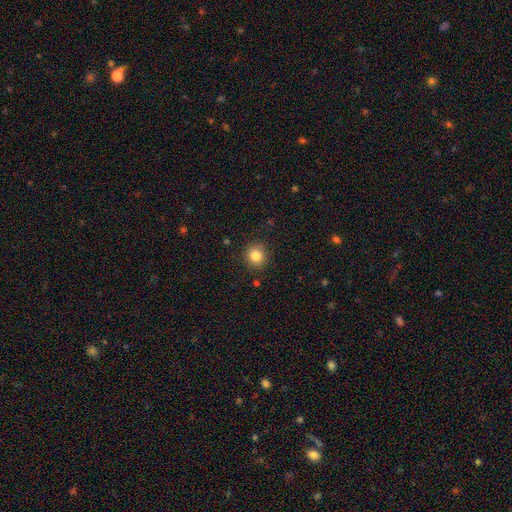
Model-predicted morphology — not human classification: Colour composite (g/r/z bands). It shows a smooth galaxy with no disk features (84%) that is round (84%). Merging: none (88%).